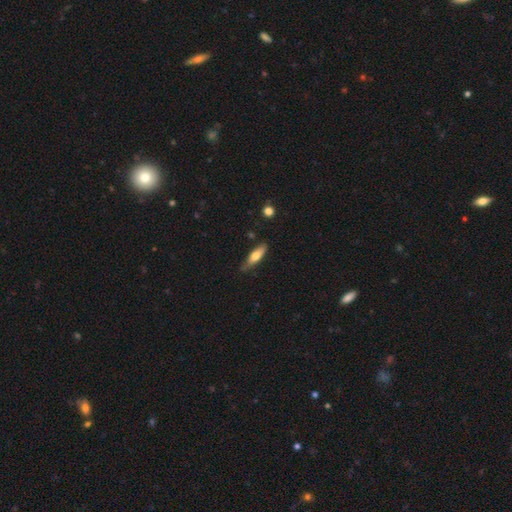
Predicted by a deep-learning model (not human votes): This is likely a smooth galaxy (62%). How rounded: likely cigar-shaped (60%). Merging: likely none (72%).